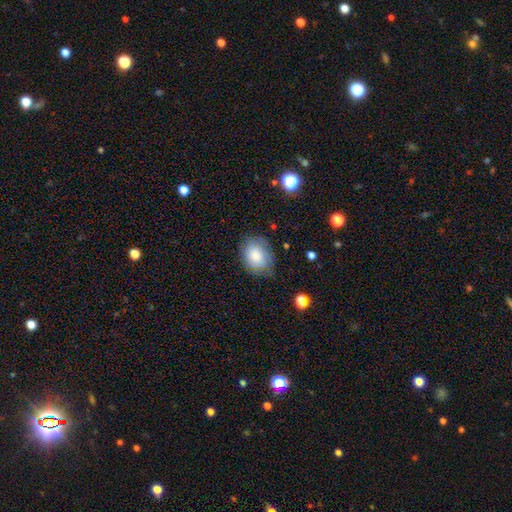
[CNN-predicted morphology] type=smooth (79%); roundness=in between (65%); merging=none (68%).